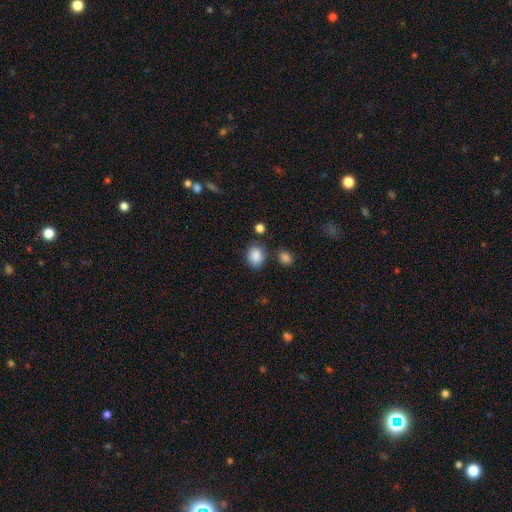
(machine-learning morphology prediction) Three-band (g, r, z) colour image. It shows a smooth galaxy with no disk features (87%) that is in between round and cigar-shaped (57%). Merging: none (73%).